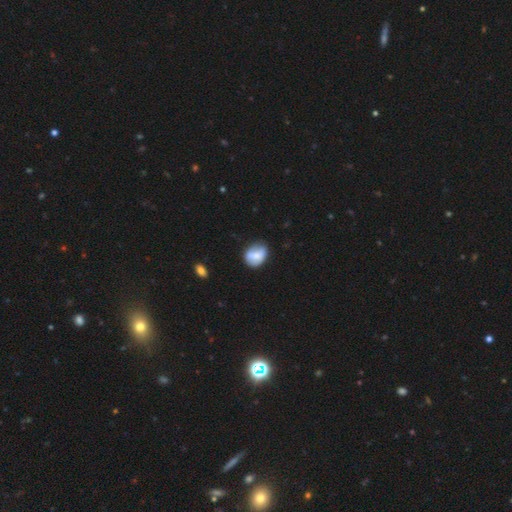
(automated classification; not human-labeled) smooth_or_featured: smooth (p=0.64) [alt: featured or disk p=0.28]
how_rounded: in between (p=0.59) [alt: round p=0.39]
merging: none (p=0.64) [alt: minor disturbance p=0.26]